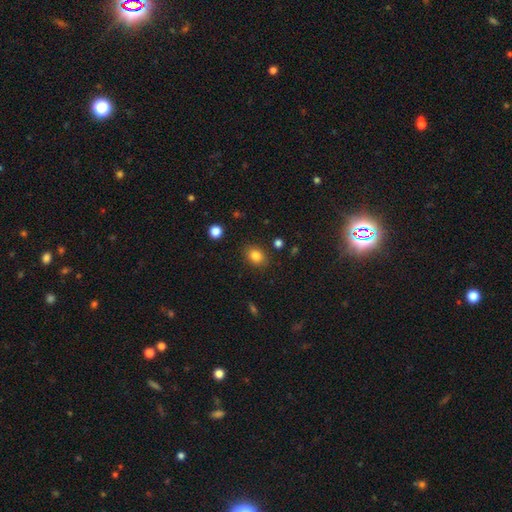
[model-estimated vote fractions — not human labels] Q: Smooth or featured?
A: smooth (83%); runner-up: star or artifact (11%)
Q: How rounded?
A: in between (57%); runner-up: round (42%)
Q: Merging?
A: none (85%); runner-up: minor disturbance (10%)